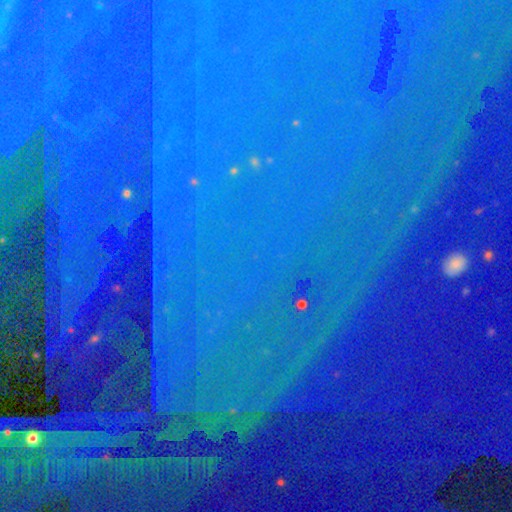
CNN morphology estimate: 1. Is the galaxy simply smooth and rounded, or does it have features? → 88% star or artifact, 6% featured or disk, 6% smooth.